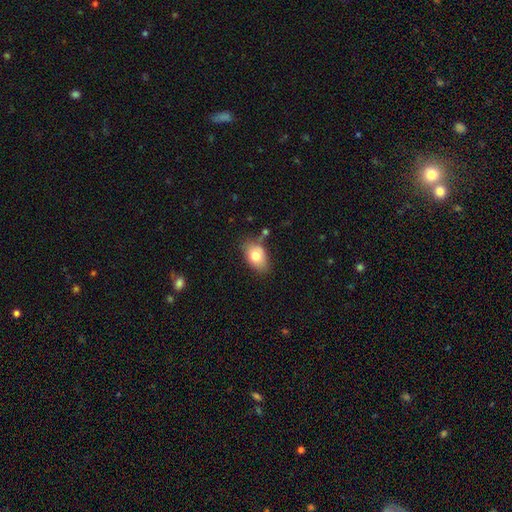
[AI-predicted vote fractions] smooth_or_featured: smooth (p=0.78) [alt: featured or disk p=0.14]
how_rounded: in between (p=0.85) [alt: round p=0.14]
merging: none (p=0.68) [alt: minor disturbance p=0.21]